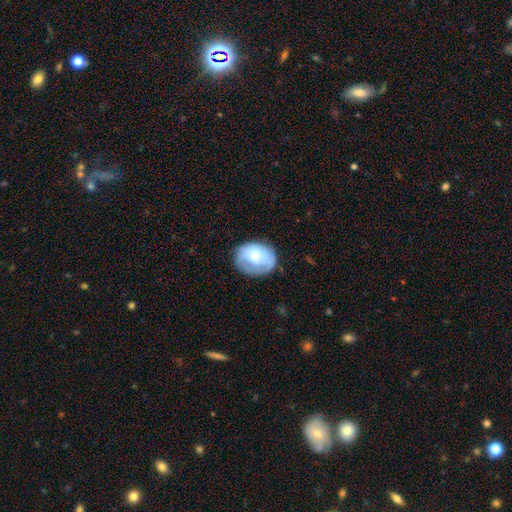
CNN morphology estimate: smooth-or-featured: smooth: 55% | featured or disk: 39% | star or artifact: 6%
  how-rounded: in between: 57% | round: 42% | cigar-shaped: 1%
  merging: none: 64% | minor disturbance: 25% | major disturbance: 10% | merger: 1%